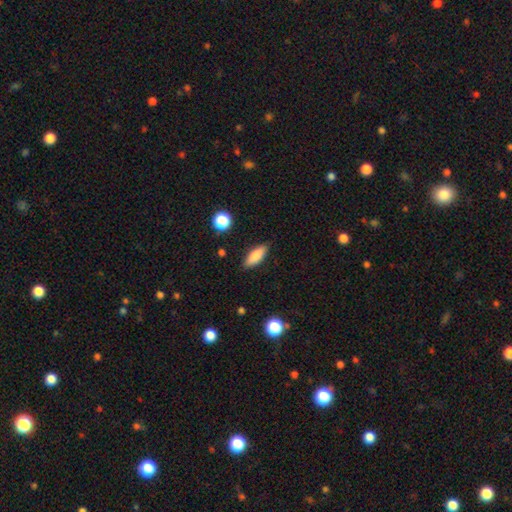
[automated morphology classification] Q: Smooth or featured?
A: smooth (82%); runner-up: featured or disk (11%)
Q: How rounded?
A: in between (70%); runner-up: cigar-shaped (27%)
Q: Merging?
A: none (85%); runner-up: minor disturbance (11%)